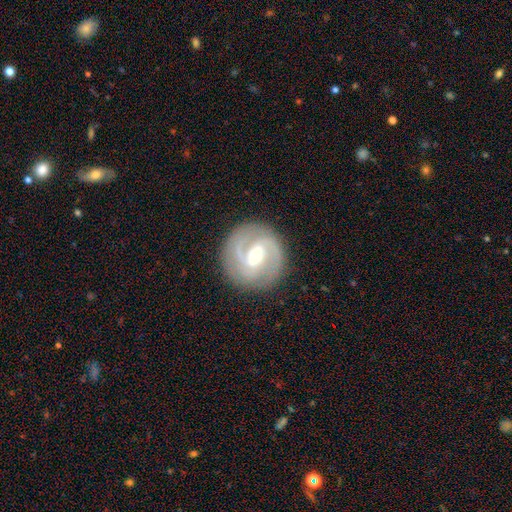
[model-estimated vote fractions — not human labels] This appears to be a featured or disk galaxy (86%) with a weak bar (51%), 2 (57%) tight (51%) spiral arms (96%) and a moderate central bulge (56%). Merging: none (86%).